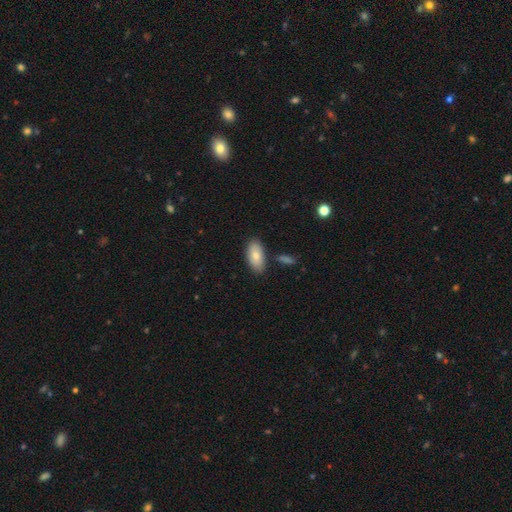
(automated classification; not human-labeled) smooth 79%, featured or disk 15%, star or artifact 6%. Down the decision tree: how rounded — in between (92%); merging — none (81%).